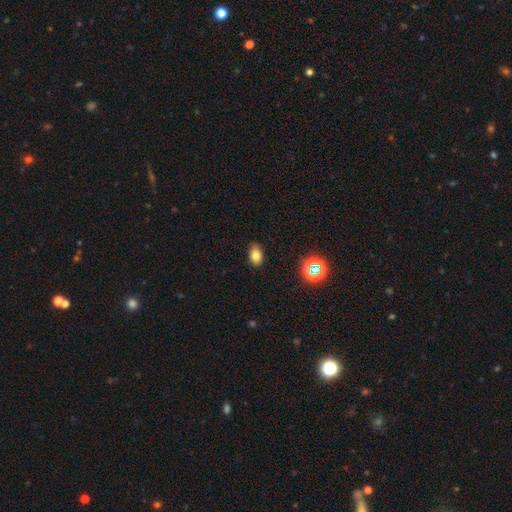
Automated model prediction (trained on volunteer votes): Q: Smooth or featured?
A: smooth (78%); runner-up: star or artifact (14%)
Q: How rounded?
A: in between (86%); runner-up: round (12%)
Q: Merging?
A: none (86%); runner-up: minor disturbance (11%)